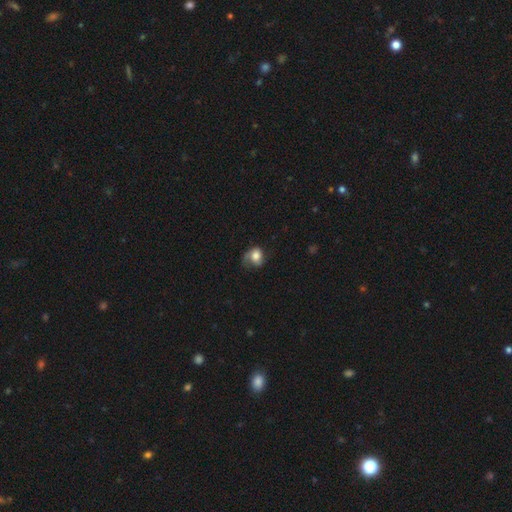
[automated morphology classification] This is likely a smooth galaxy (65%). How rounded: possibly in between (53%). Merging: marginally none (35%).